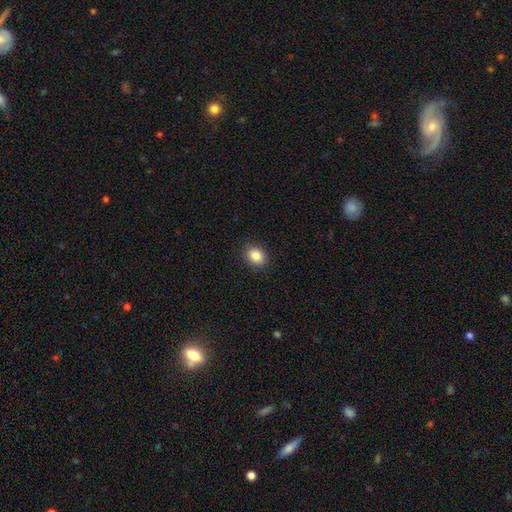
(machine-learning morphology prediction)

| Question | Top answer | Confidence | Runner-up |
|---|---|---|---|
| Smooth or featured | smooth | 87% | star or artifact (9%) |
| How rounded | in between | 52% | round (47%) |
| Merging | none | 89% | minor disturbance (8%) |